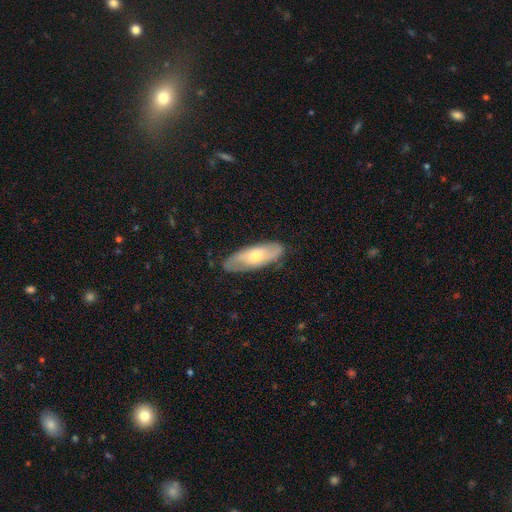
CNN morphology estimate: A featured or disk galaxy (48%).

Vote fractions:
- Smooth or featured? featured or disk: 48% / smooth: 46% / star or artifact: 6%
- Merging? none: 81% / minor disturbance: 15% / major disturbance: 3% / merger: 1%